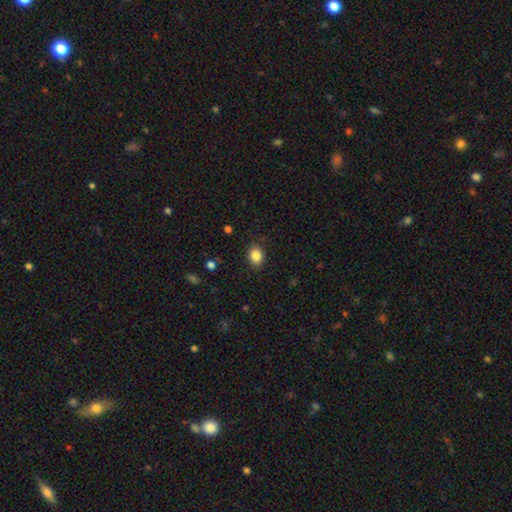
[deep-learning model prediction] smooth 86%, star or artifact 9%, featured or disk 5%. Down the decision tree: how rounded — in between (59%); merging — none (87%).